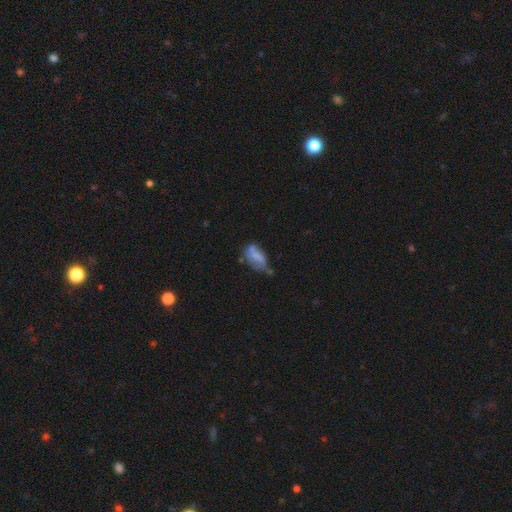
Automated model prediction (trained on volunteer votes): Smooth or featured?
  - smooth: 60% *
  - featured or disk: 29%
  - star or artifact: 11%
How rounded?
  - in between: 84% *
  - cigar-shaped: 13%
  - round: 4%
Merging?
  - minor disturbance: 34% *
  - none: 29%
  - major disturbance: 25%
  - merger: 13%